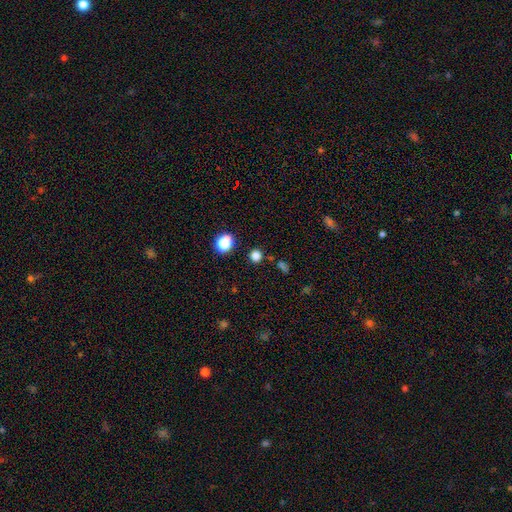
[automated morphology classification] smooth-or-featured: smooth: 75% | star or artifact: 21% | featured or disk: 4%
  how-rounded: round: 90% | in between: 9% | cigar-shaped: 1%
  merging: none: 87% | minor disturbance: 7% | merger: 4% | major disturbance: 3%